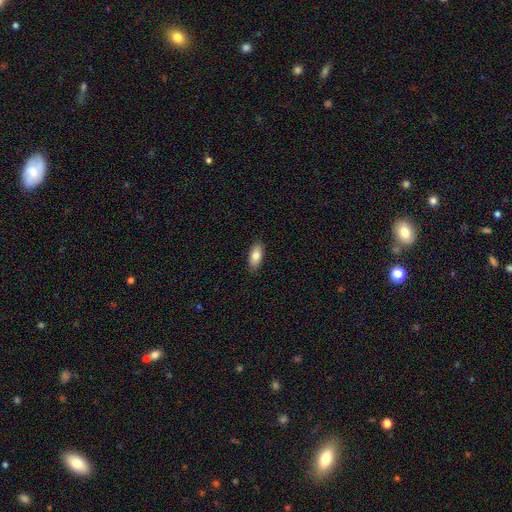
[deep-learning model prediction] The model was most divided on "smooth or featured": smooth: 83%, featured or disk: 11%, star or artifact: 6%. More confident: merging — none (89%); how rounded — in between (87%).